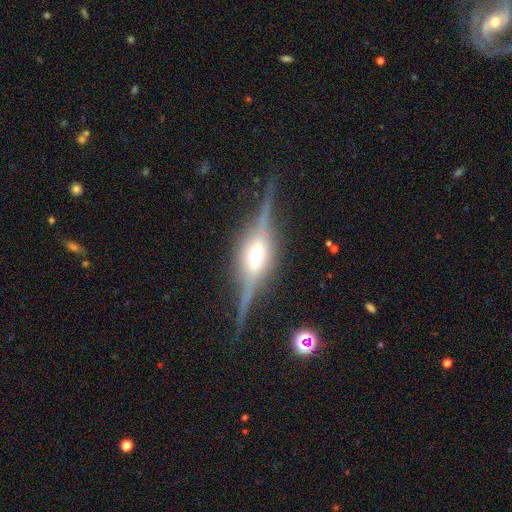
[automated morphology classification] smooth-or-featured: featured or disk: 84% | smooth: 9% | star or artifact: 7%
  disk-edge-on: yes: 96% | no: 4%
    edge-on-bulge: rounded: 90% | boxy: 8% | none: 2%
  merging: none: 83% | minor disturbance: 12% | major disturbance: 4% | merger: 2%